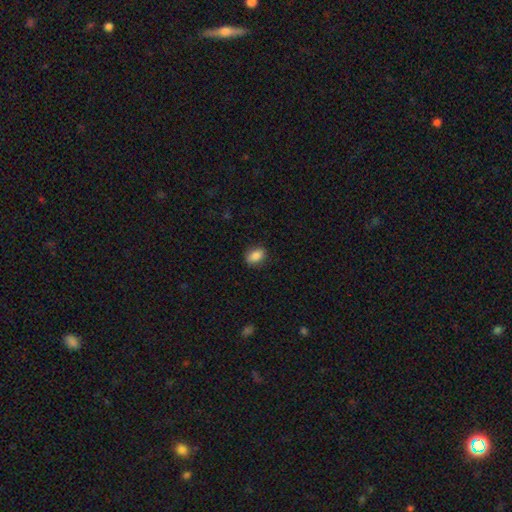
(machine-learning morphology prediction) This appears to be a smooth galaxy with no disk features (86%) that is in between round and cigar-shaped (81%). Merging: none (85%).